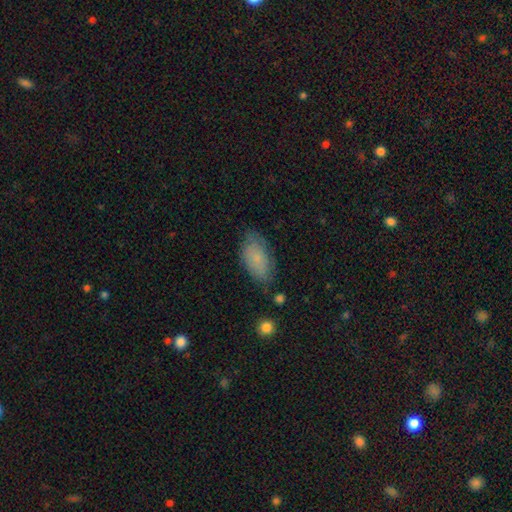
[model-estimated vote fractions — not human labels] A smooth galaxy with no disk features (77%) that is in between round and cigar-shaped (93%).

Vote fractions:
- Smooth or featured? smooth: 77% / featured or disk: 16% / star or artifact: 7%
- How rounded? in between: 93% / cigar-shaped: 4% / round: 3%
- Merging? none: 71% / minor disturbance: 22% / major disturbance: 6% / merger: 2%